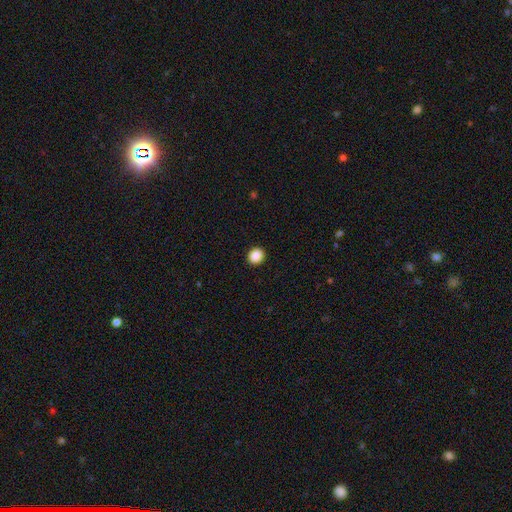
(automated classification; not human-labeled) Overall: smooth (89%). How rounded: round (79%). Merging: none (92%).